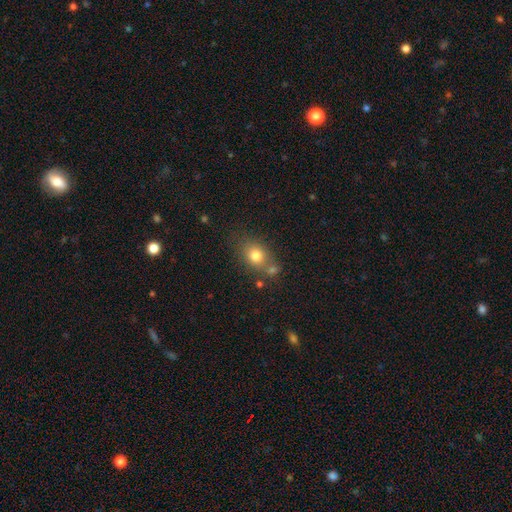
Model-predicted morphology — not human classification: Overall: smooth (77%). How rounded: round (49%, tied with in between). Merging: none (59%; merger 21%).